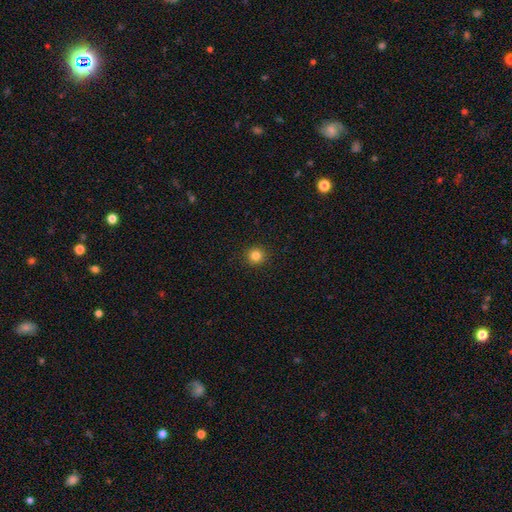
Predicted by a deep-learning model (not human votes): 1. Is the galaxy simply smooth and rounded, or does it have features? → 83% smooth, 13% star or artifact, 4% featured or disk.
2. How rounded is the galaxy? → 94% round, 5% in between, 1% cigar-shaped.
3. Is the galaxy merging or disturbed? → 93% none, 5% minor disturbance, 2% major disturbance, 1% merger.